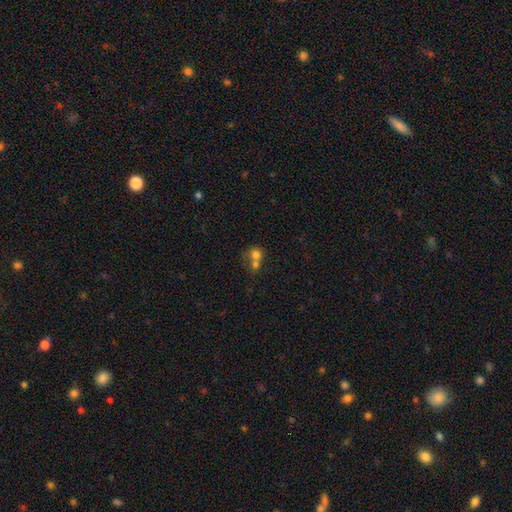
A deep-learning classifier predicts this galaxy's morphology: Smooth or featured?
  - smooth: 72% *
  - featured or disk: 16%
  - star or artifact: 13%
How rounded?
  - round: 76% *
  - in between: 23%
  - cigar-shaped: 1%
Merging?
  - merger: 63% *
  - none: 28%
  - minor disturbance: 6%
  - major disturbance: 4%